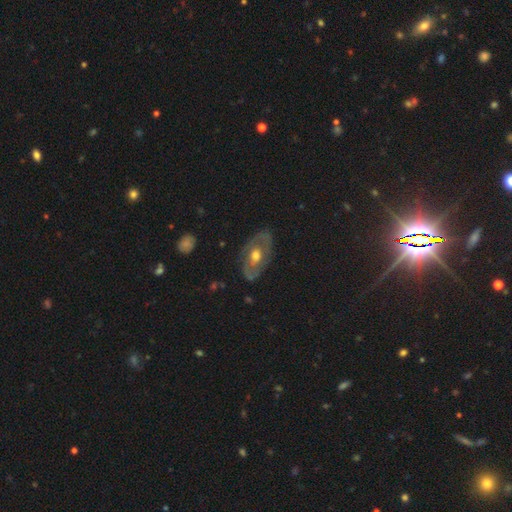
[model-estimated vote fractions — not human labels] The model was most divided on "spiral arms": no: 59%, yes: 41%. More confident: edge-on disk — no (90%); bar — no (77%); merging — none (75%); bulge size — moderate (73%); smooth or featured — featured or disk (65%).